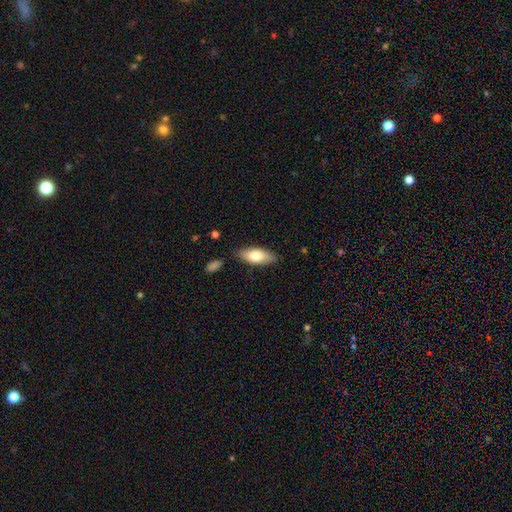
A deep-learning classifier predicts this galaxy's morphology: Smooth or featured?
  - smooth: 77% *
  - featured or disk: 17%
  - star or artifact: 6%
How rounded?
  - in between: 82% *
  - cigar-shaped: 16%
  - round: 2%
Merging?
  - none: 82% *
  - minor disturbance: 13%
  - merger: 3%
  - major disturbance: 3%